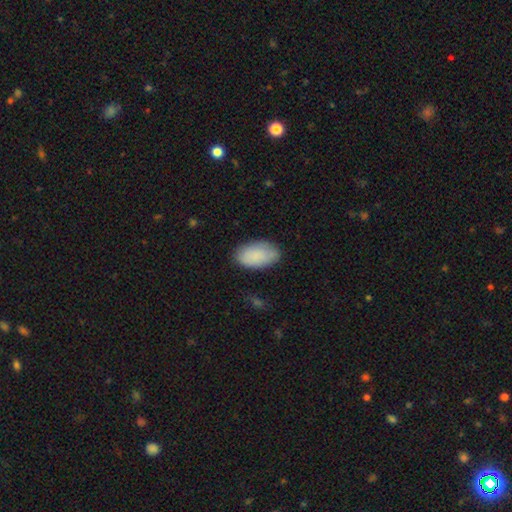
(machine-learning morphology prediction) This appears to be a smooth galaxy with no disk features (85%) that is in between round and cigar-shaped (94%). Merging: none (77%).